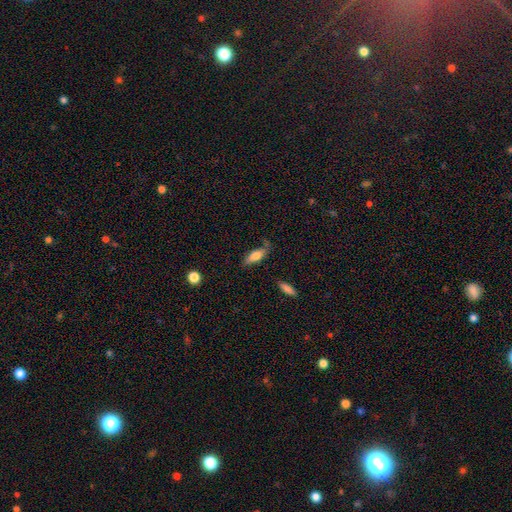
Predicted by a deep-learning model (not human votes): Q: Smooth or featured?
A: smooth (70%); runner-up: featured or disk (23%)
Q: How rounded?
A: in between (60%); runner-up: cigar-shaped (37%)
Q: Merging?
A: none (68%); runner-up: minor disturbance (23%)